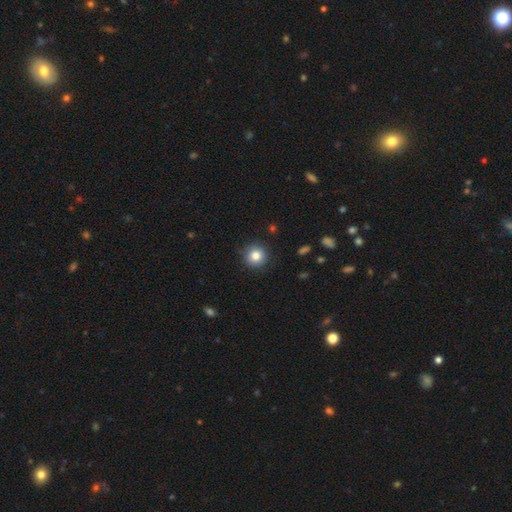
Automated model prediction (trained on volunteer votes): This appears to be a smooth galaxy with no disk features (83%) that is round (94%). Merging: none (90%).